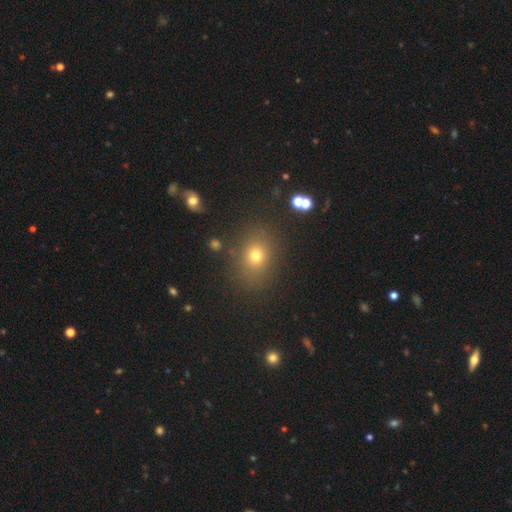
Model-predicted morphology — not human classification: Q: Smooth or featured?
A: smooth (71%); runner-up: star or artifact (19%)
Q: How rounded?
A: round (60%); runner-up: in between (39%)
Q: Merging?
A: none (83%); runner-up: minor disturbance (10%)